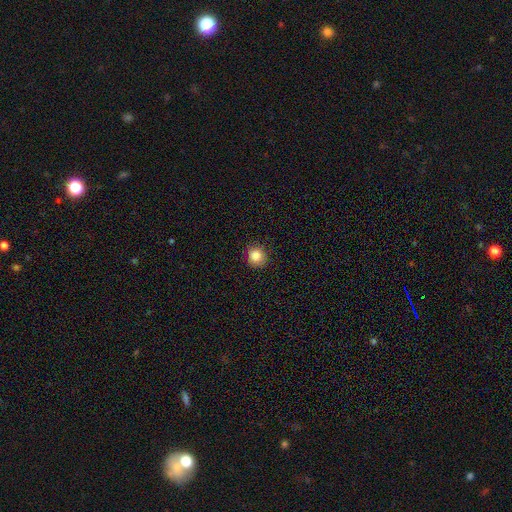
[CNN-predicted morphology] A smooth galaxy with no disk features (84%) that is round (92%).

Vote fractions:
- Smooth or featured? smooth: 84% / star or artifact: 11% / featured or disk: 5%
- How rounded? round: 92% / in between: 7% / cigar-shaped: 1%
- Merging? none: 90% / minor disturbance: 7% / major disturbance: 2% / merger: 1%